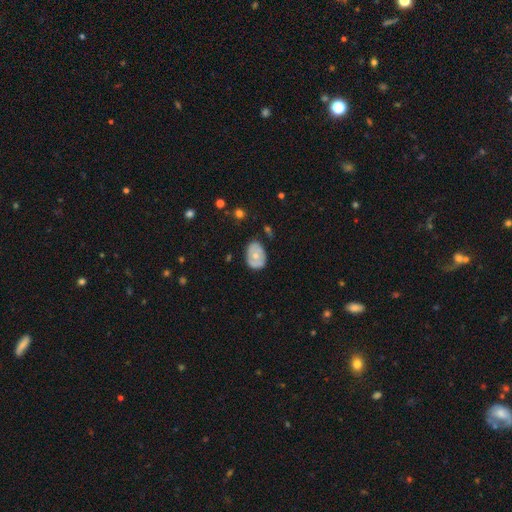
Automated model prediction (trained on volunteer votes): A smooth galaxy with no disk features (56%) that is in between round and cigar-shaped (77%).

Vote fractions:
- Smooth or featured? smooth: 56% / featured or disk: 37% / star or artifact: 7%
- How rounded? in between: 77% / round: 22% / cigar-shaped: 1%
- Merging? none: 71% / minor disturbance: 22% / major disturbance: 5% / merger: 2%